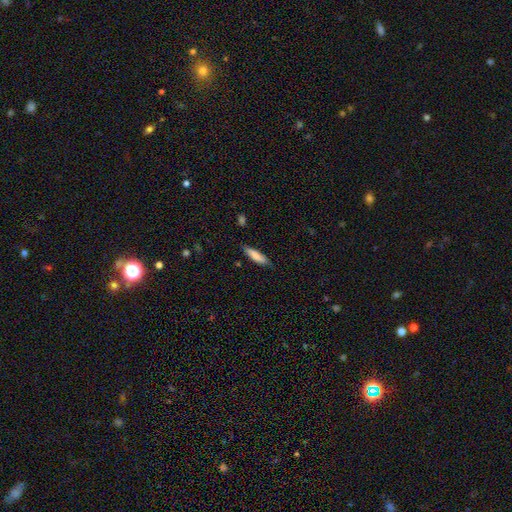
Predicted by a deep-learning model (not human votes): Smooth or featured? Predicted: smooth (p=0.81). How rounded? Predicted: cigar-shaped (p=0.71). Merging? Predicted: none (p=0.81).